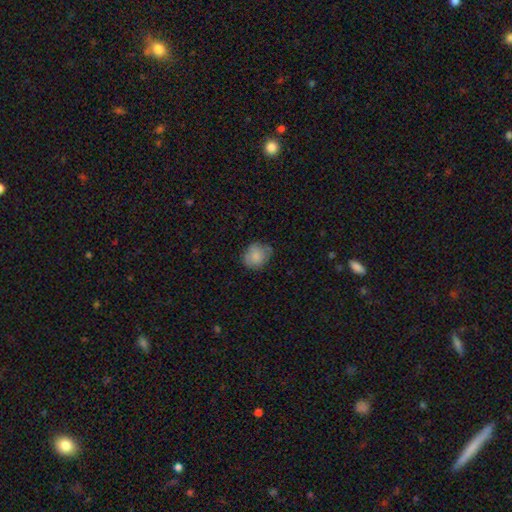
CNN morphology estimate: Smooth or featured? smooth (83%)
How rounded? round (64%)
Merging? none (66%)